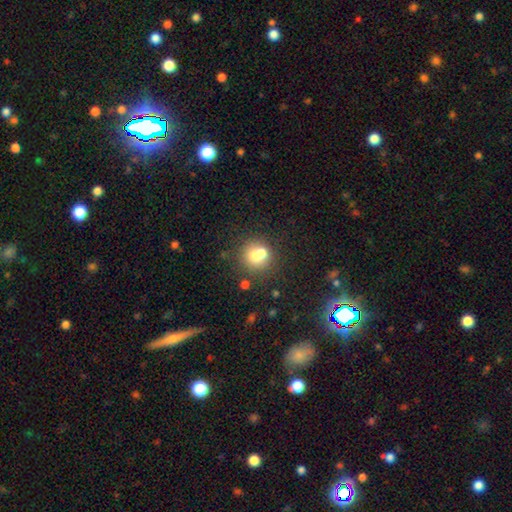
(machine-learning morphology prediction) This appears to be a smooth galaxy with no disk features (67%) that is round (86%). Merging: none (46%).